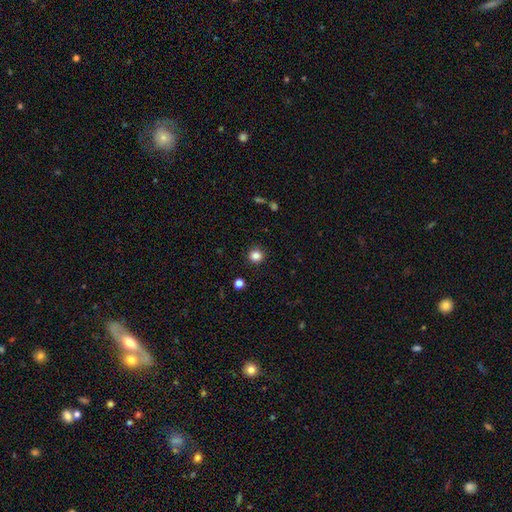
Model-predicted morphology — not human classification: The model was most divided on "smooth or featured": smooth: 84%, star or artifact: 12%, featured or disk: 4%. More confident: how rounded — round (92%); merging — none (92%).